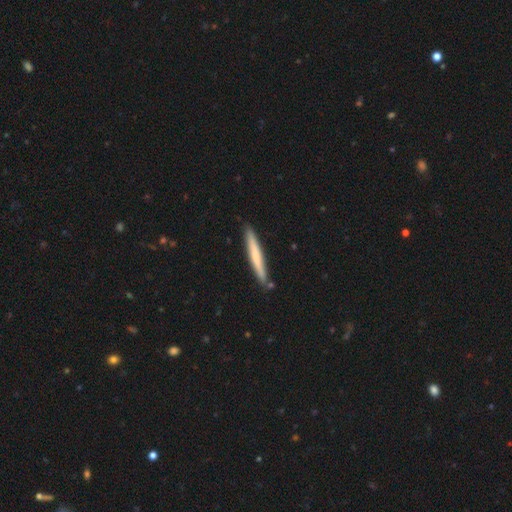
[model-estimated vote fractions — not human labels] Q: Smooth or featured?
A: smooth (61%); runner-up: featured or disk (34%)
Q: How rounded?
A: cigar-shaped (97%); runner-up: in between (2%)
Q: Merging?
A: none (87%); runner-up: minor disturbance (9%)